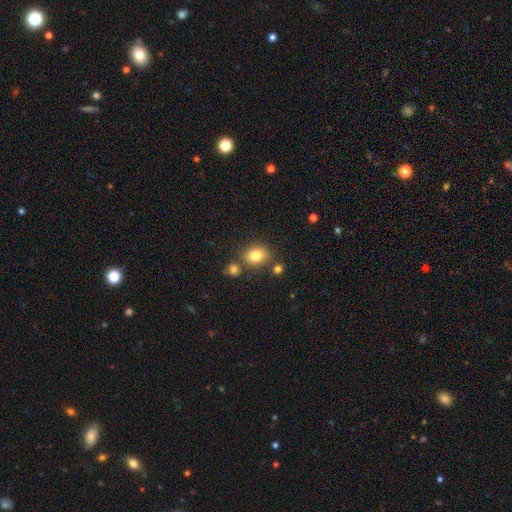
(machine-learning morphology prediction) Q: Smooth or featured?
A: smooth (81%); runner-up: star or artifact (11%)
Q: How rounded?
A: round (54%); runner-up: in between (45%)
Q: Merging?
A: none (73%); runner-up: minor disturbance (12%)